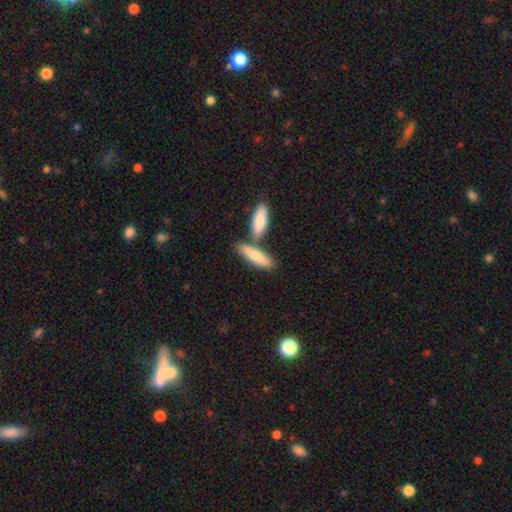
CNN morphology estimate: smooth-or-featured: smooth: 75% | featured or disk: 20% | star or artifact: 5%
  how-rounded: cigar-shaped: 58% | in between: 39% | round: 2%
  merging: none: 55% | merger: 31% | minor disturbance: 11% | major disturbance: 3%